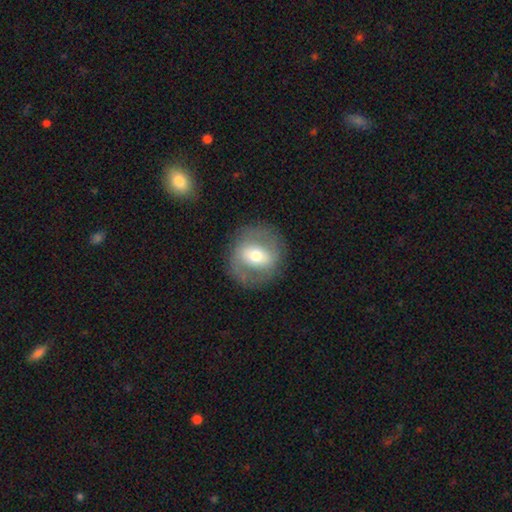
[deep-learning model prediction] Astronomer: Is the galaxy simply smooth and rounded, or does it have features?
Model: featured or disk — 48% (runner-up: smooth, 44%).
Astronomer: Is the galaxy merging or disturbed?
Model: none — 80%.